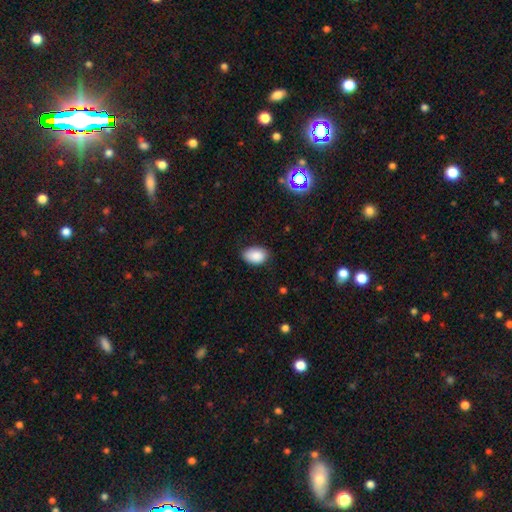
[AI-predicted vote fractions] The model was most divided on "merging": none: 78%, minor disturbance: 18%, major disturbance: 3%, merger: 1%. More confident: smooth or featured — smooth (88%); how rounded — in between (87%).